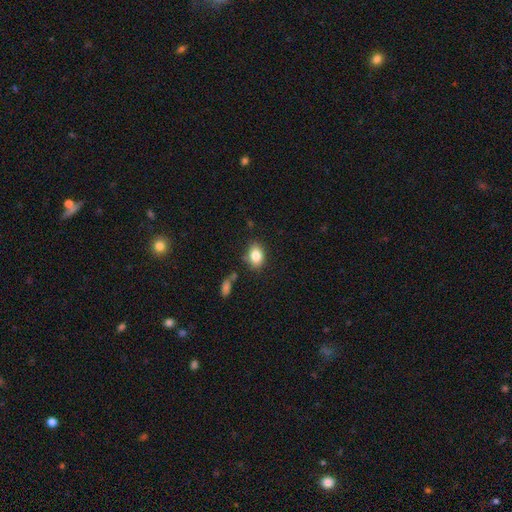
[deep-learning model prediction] Overall: smooth (83%). How rounded: in between (75%). Merging: none (78%).